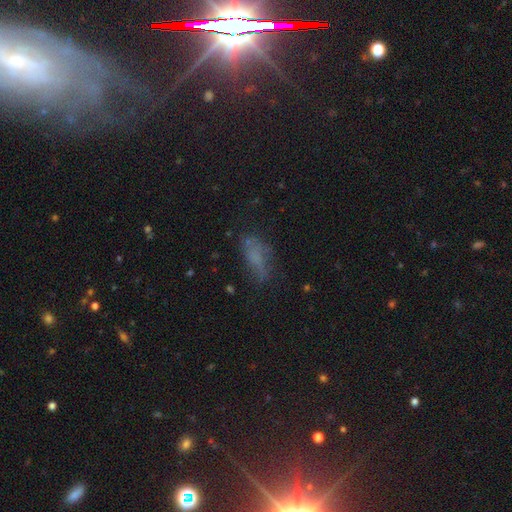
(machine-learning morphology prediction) Smooth or featured? Predicted: smooth (p=0.55). How rounded? Predicted: in between (p=0.73). Merging? Predicted: none (p=0.52).